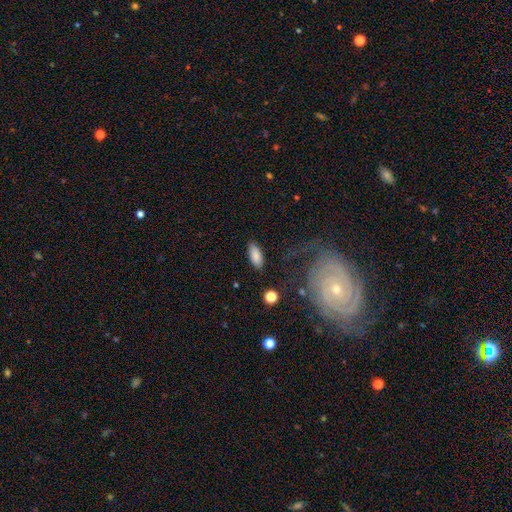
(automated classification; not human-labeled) smooth-or-featured: smooth: 85% | featured or disk: 8% | star or artifact: 7%
  how-rounded: in between: 86% | cigar-shaped: 12% | round: 2%
  merging: none: 83% | minor disturbance: 11% | major disturbance: 4% | merger: 2%